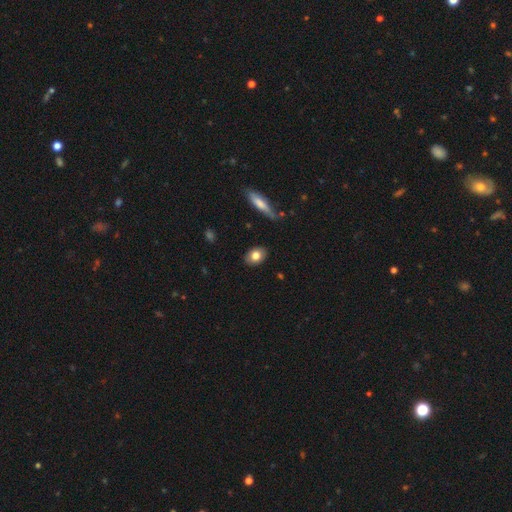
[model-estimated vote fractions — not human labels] Smooth or featured? smooth (80%)
How rounded? in between (75%)
Merging? none (87%)